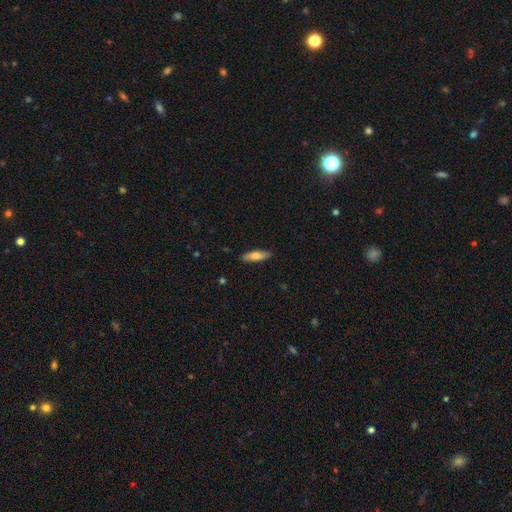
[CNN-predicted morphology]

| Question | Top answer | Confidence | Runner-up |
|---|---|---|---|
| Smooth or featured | smooth | 73% | featured or disk (21%) |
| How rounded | cigar-shaped | 53% | in between (45%) |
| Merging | none | 88% | minor disturbance (9%) |